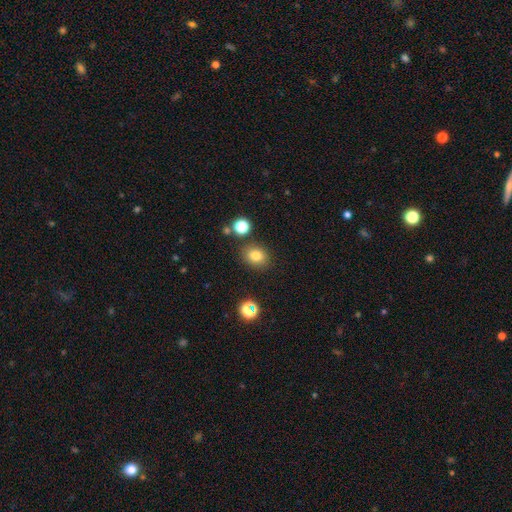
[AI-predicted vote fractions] This appears to be a smooth galaxy with no disk features (79%) that is round (59%). Merging: none (83%).